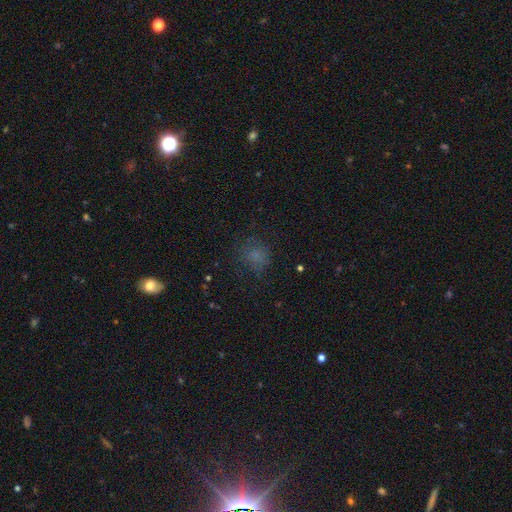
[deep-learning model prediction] Smooth or featured? Predicted: smooth (p=0.69). How rounded? Predicted: round (p=0.76). Merging? Predicted: none (p=0.69).